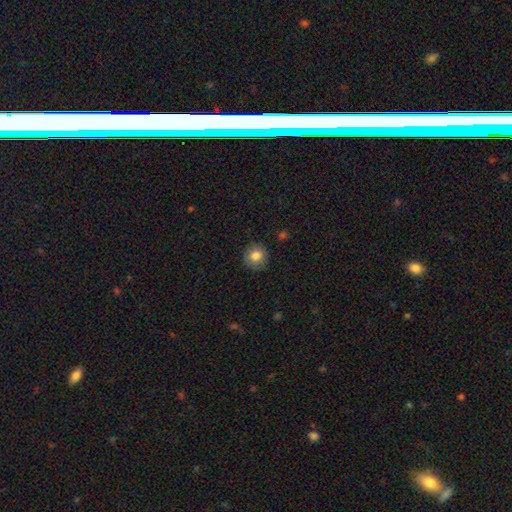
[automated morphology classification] Smooth or featured: smooth — 83% (star or artifact — 9%)
How rounded: round — 91% (in between — 8%)
Merging: none — 87% (minor disturbance — 9%)